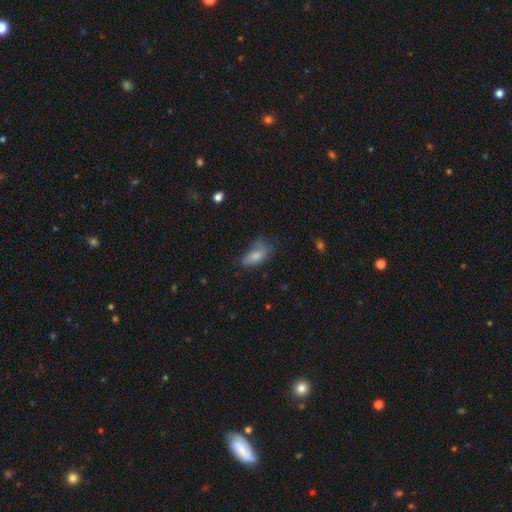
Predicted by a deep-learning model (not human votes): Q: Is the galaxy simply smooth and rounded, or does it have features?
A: smooth — 73%.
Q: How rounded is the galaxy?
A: in between — 86%.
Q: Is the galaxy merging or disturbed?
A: none — 42%.